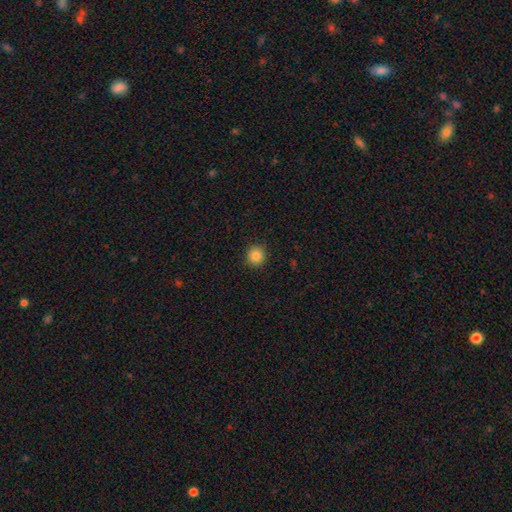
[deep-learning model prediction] Smooth or featured? Predicted: smooth (p=0.85). How rounded? Predicted: round (p=0.93). Merging? Predicted: none (p=0.92).